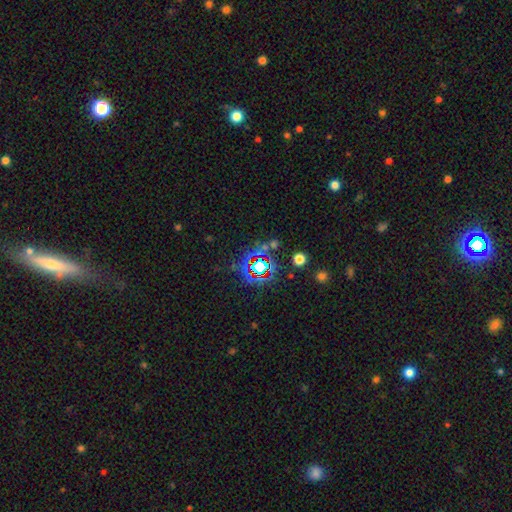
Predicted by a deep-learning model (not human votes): This appears to be a star or artifact, not a galaxy (56%).